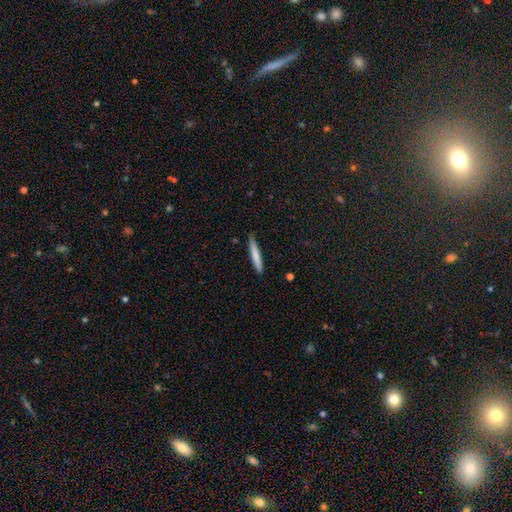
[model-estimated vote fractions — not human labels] Overall: smooth (77%). How rounded: cigar-shaped (94%). Merging: none (85%).